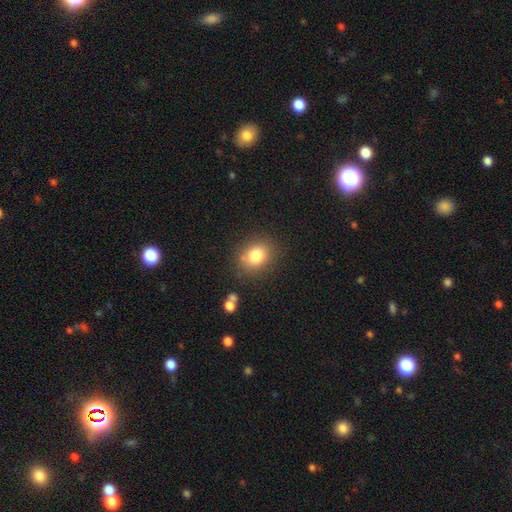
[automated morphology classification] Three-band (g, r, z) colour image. It shows a smooth galaxy with no disk features (80%) that is round (53%). Merging: none (79%).